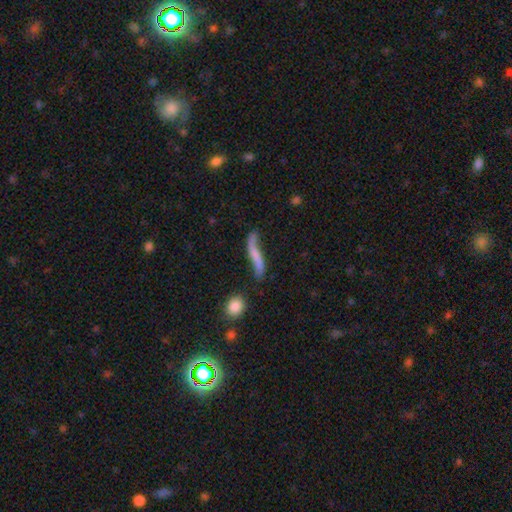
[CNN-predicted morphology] Smooth or featured?
  - featured or disk: 56% *
  - smooth: 36%
  - star or artifact: 8%
Edge-on disk?
  - no: 69% *
  - yes: 31%
Merging?
  - none: 51% *
  - minor disturbance: 26%
  - major disturbance: 16%
  - merger: 8%